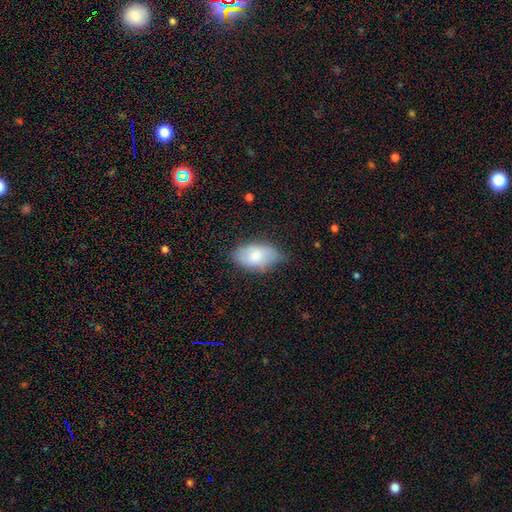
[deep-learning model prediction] smooth 79%, featured or disk 15%, star or artifact 6%. Down the decision tree: how rounded — in between (94%); merging — none (62%).